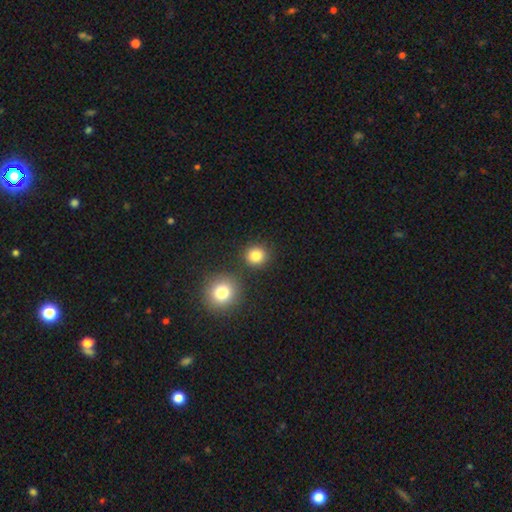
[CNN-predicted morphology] Overall: smooth (83%). How rounded: round (89%). Merging: none (82%).